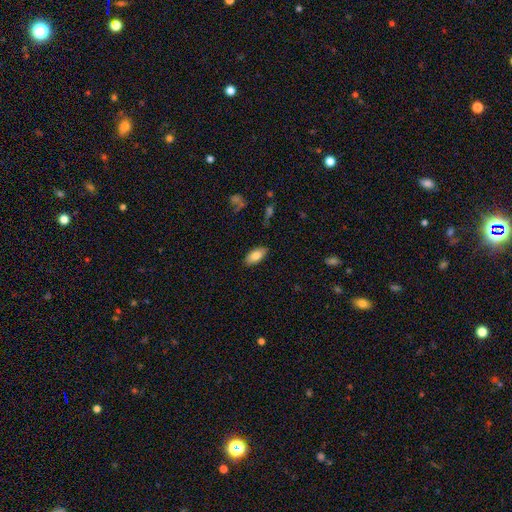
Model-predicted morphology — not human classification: This is clearly a smooth galaxy (83%). How rounded: clearly in between (92%). Merging: clearly none (87%).